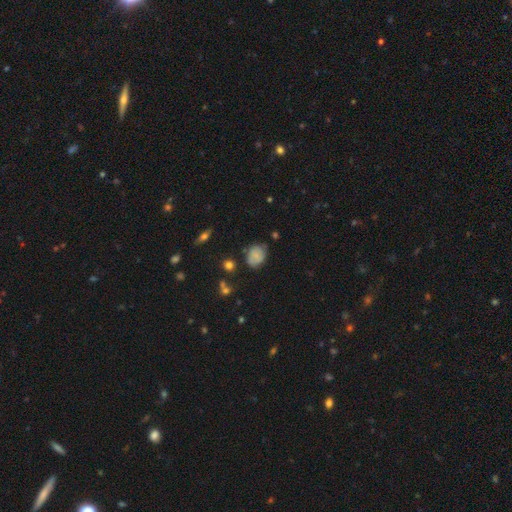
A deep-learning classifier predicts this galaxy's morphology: Smooth or featured?
  - smooth: 68% *
  - featured or disk: 21%
  - star or artifact: 11%
How rounded?
  - in between: 61% *
  - round: 37%
  - cigar-shaped: 1%
Merging?
  - none: 61% *
  - minor disturbance: 28%
  - major disturbance: 7%
  - merger: 4%